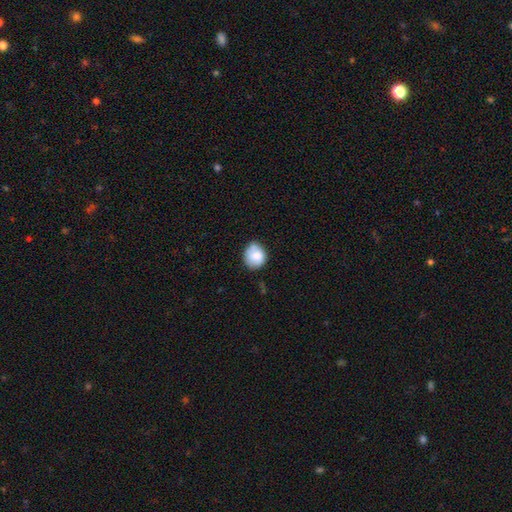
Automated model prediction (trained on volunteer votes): Smooth or featured? Predicted: smooth (p=0.81). How rounded? Predicted: round (p=0.69). Merging? Predicted: none (p=0.62).